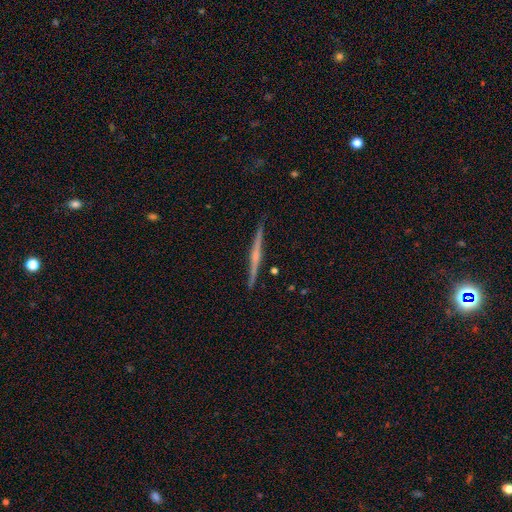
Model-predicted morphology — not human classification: Smooth or featured?
  - featured or disk: 77% *
  - smooth: 17%
  - star or artifact: 6%
Edge-on disk?
  - yes: 98% *
  - no: 2%
Edge-on bulge?
  - rounded: 57% *
  - none: 30%
  - boxy: 13%
Merging?
  - none: 92% *
  - minor disturbance: 6%
  - major disturbance: 1%
  - merger: 1%